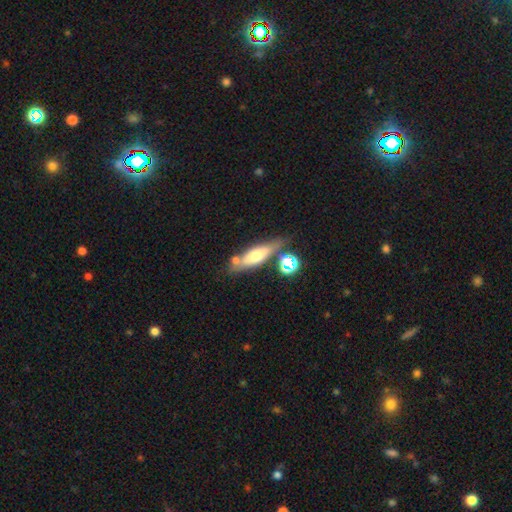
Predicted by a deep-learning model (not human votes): A smooth galaxy with no disk features (50%) that is cigar-shaped (57%). Merging: none (63%).